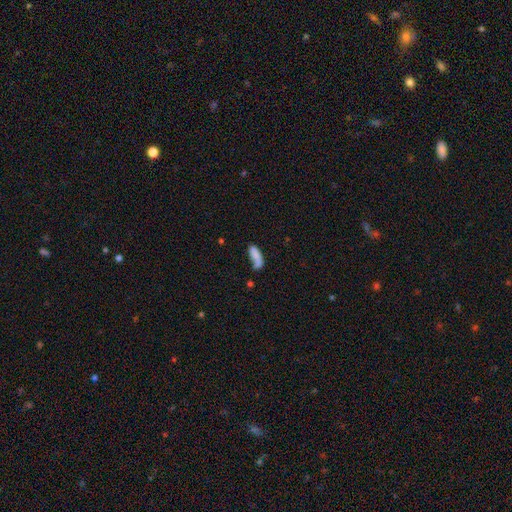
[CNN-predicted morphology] type=smooth (78%); roundness=in between (67%); merging=none (43%).